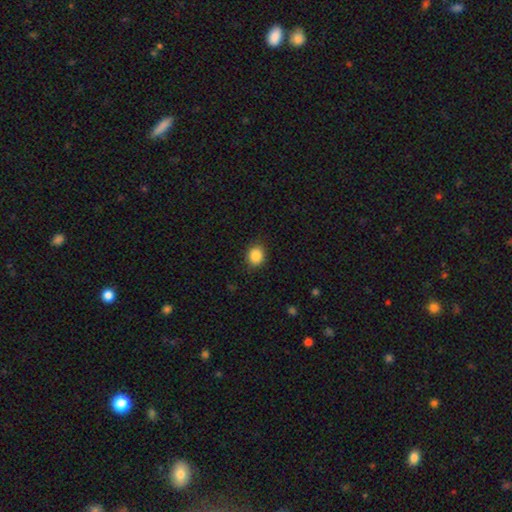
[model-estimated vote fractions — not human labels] This appears to be a smooth galaxy with no disk features (87%) that is round (73%). Merging: none (88%).